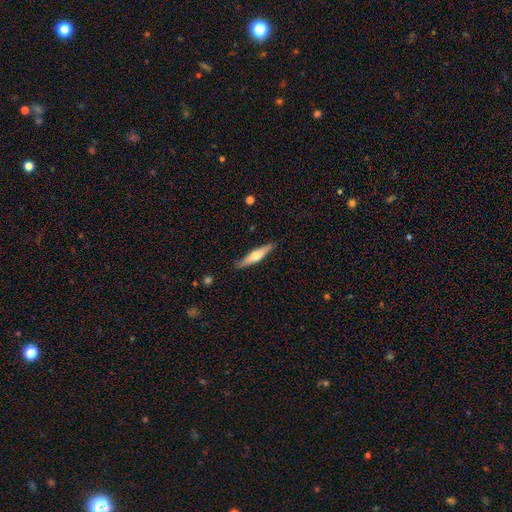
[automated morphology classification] Overall: featured or disk (49%; smooth 46%). Merging: none (86%).